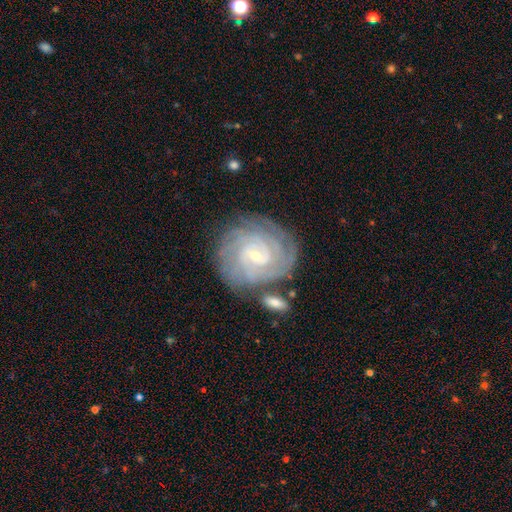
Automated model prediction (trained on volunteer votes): A featured or disk galaxy (88%) with no bar (52%), 4 (27%) tight (84%) spiral arms (97%) and a small central bulge (77%).

Vote fractions:
- Smooth or featured? featured or disk: 88% / smooth: 7% / star or artifact: 5%
- Edge-on disk? no: 98% / yes: 2%
- Bar? no: 52% / weak: 38% / strong: 10%
- Spiral arms? yes: 97% / no: 3%
- Spiral winding? tight: 84% / medium: 14% / loose: 2%
- Spiral arm count? 4: 27% / can't tell: 25% / 3: 19% / 2: 12% / more than 4: 10% / 1: 7%
- Bulge size? small: 77% / moderate: 20% / large: 1% / none: 1% / dominant: 1%
- Merging? none: 76% / minor disturbance: 13% / merger: 6% / major disturbance: 4%